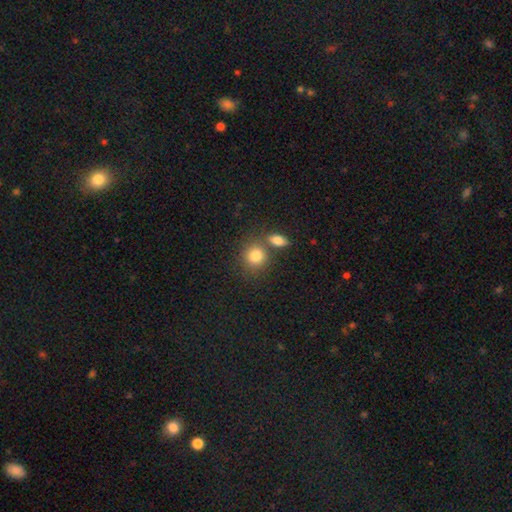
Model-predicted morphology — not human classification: A smooth galaxy with no disk features (82%) that is round (79%).

Vote fractions:
- Smooth or featured? smooth: 82% / star or artifact: 10% / featured or disk: 8%
- How rounded? round: 79% / in between: 20% / cigar-shaped: 1%
- Merging? none: 58% / merger: 28% / minor disturbance: 10% / major disturbance: 4%